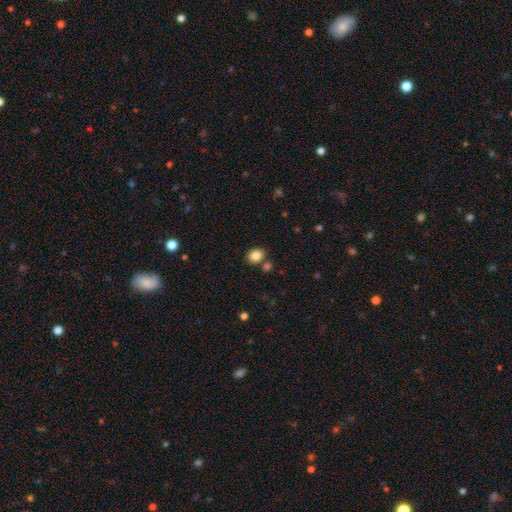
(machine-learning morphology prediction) Smooth or featured? smooth (84%)
How rounded? round (50%)
Merging? none (74%)